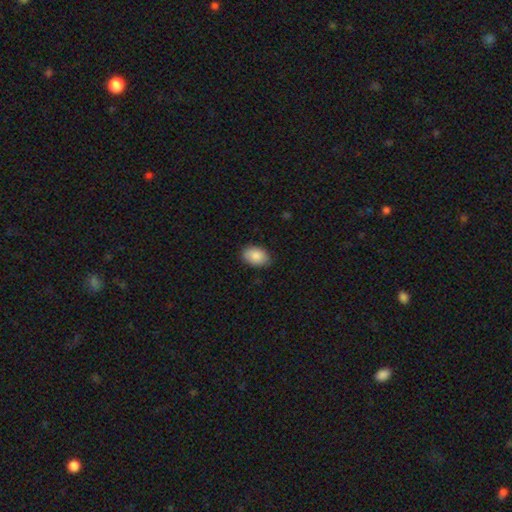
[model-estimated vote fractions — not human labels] smooth 88%, star or artifact 7%, featured or disk 5%. Down the decision tree: how rounded — in between (87%); merging — none (85%).